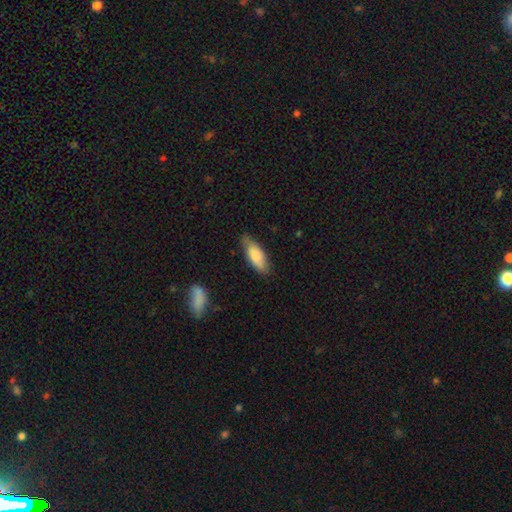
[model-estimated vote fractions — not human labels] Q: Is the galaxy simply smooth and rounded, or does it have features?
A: smooth — 78%.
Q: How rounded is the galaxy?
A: in between — 71%.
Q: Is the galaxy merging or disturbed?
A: none — 75%.